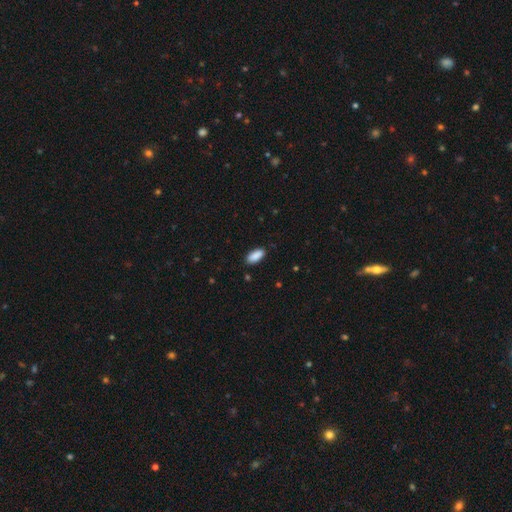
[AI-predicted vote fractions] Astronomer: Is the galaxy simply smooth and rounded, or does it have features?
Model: smooth — 89%.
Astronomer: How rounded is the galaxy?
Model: in between — 87%.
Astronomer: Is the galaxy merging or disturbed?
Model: none — 85%.